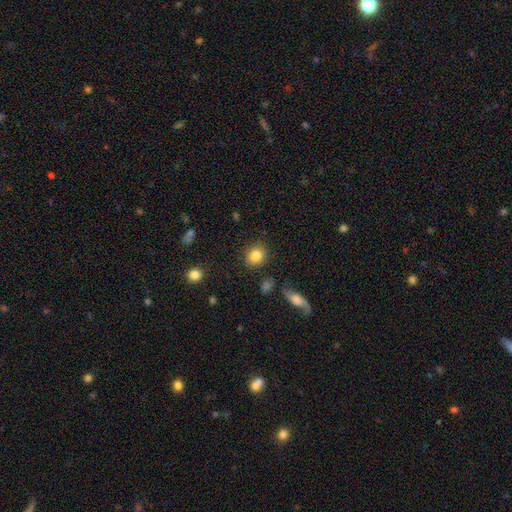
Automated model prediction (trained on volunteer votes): Smooth or featured? Predicted: smooth (p=0.85). How rounded? Predicted: round (p=0.80). Merging? Predicted: none (p=0.87).